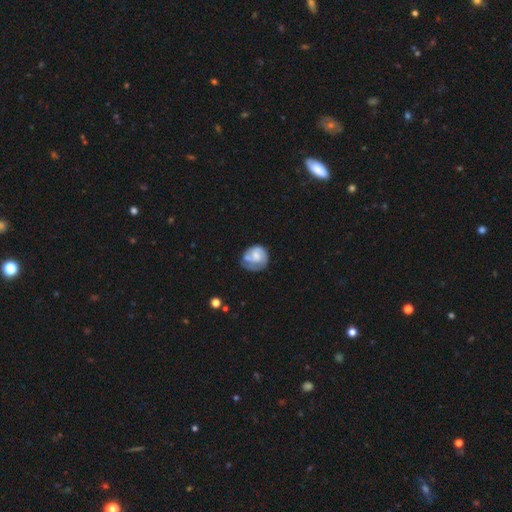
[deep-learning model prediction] The model was most divided on "bulge size": small: 40%, moderate: 38%, none: 16%, large: 6%, dominant: 1%. Remaining: edge-on disk — no (98%); spiral arms — yes (77%); bar — no (58%); smooth or featured — featured or disk (56%); merging — none (50%).